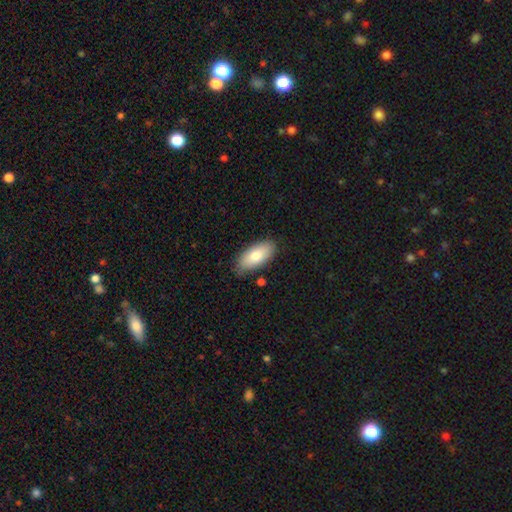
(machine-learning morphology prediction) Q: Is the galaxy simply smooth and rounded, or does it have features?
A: smooth — 78%.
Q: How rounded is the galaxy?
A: in between — 90%.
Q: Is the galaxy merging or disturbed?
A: none — 81%.